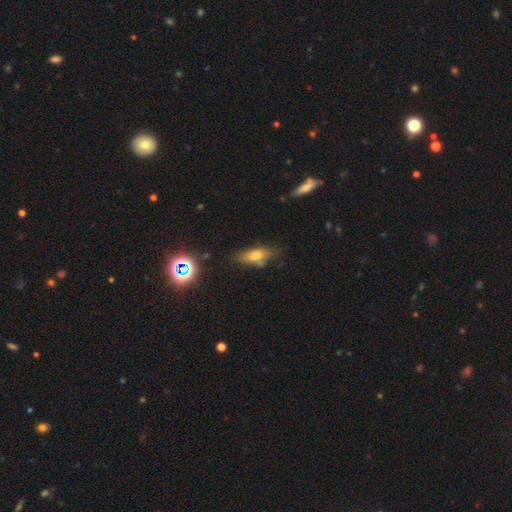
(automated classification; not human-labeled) smooth-or-featured: smooth: 58% | featured or disk: 26% | star or artifact: 16%
  how-rounded: in between: 65% | cigar-shaped: 29% | round: 6%
  merging: none: 67% | minor disturbance: 22% | major disturbance: 6% | merger: 5%